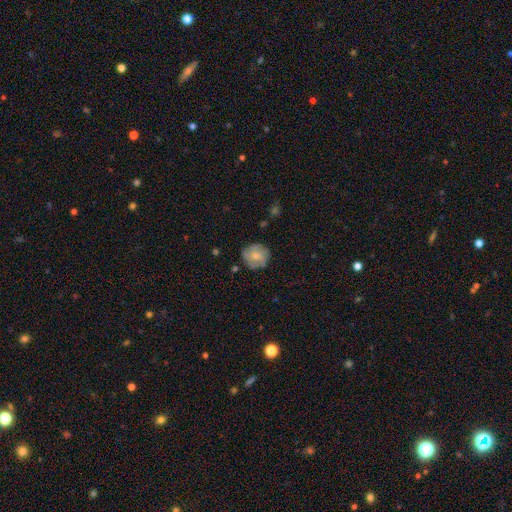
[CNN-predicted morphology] type=featured or disk (49%); merging=none (75%).